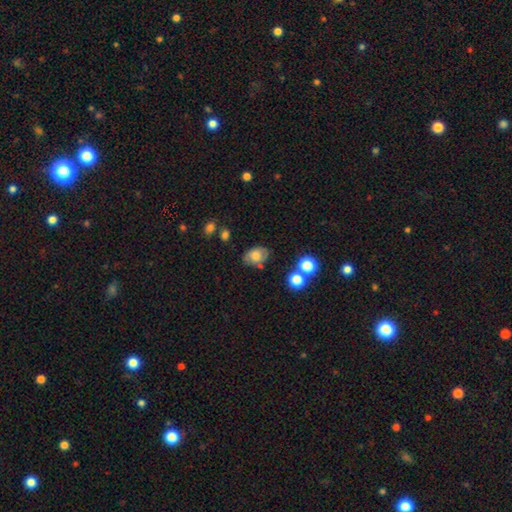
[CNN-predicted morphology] Smooth or featured: smooth — 70% (featured or disk — 20%)
How rounded: in between — 79% (round — 20%)
Merging: none — 68% (minor disturbance — 20%)